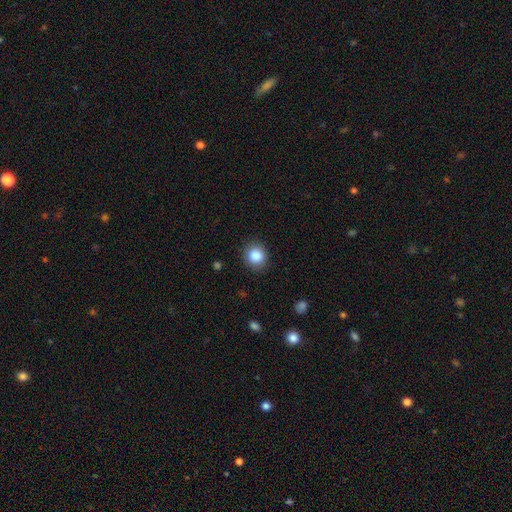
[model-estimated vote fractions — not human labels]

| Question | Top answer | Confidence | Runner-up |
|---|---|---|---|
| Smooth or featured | smooth | 87% | star or artifact (9%) |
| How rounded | round | 83% | in between (16%) |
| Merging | none | 87% | minor disturbance (9%) |